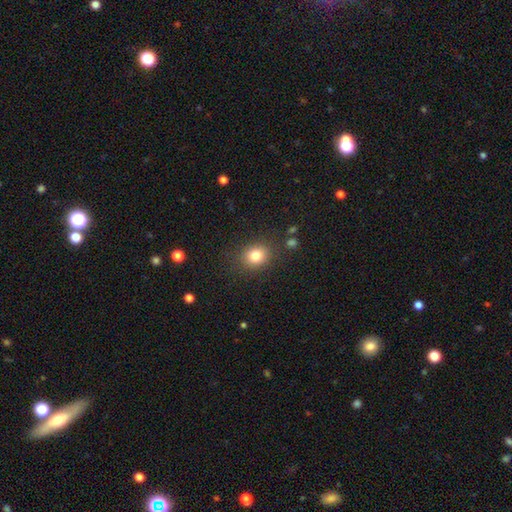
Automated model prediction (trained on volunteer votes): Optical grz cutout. It shows a smooth galaxy with no disk features (81%) that is round (67%). Merging: none (84%).